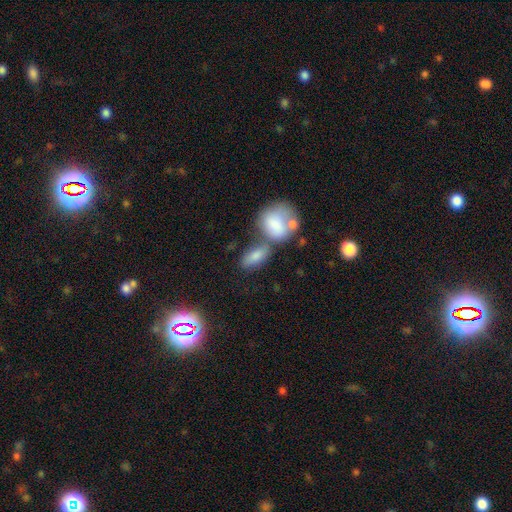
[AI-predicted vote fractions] Smooth or featured: smooth — 79% (featured or disk — 13%)
How rounded: in between — 79% (round — 11%)
Merging: none — 43% (merger — 37%)